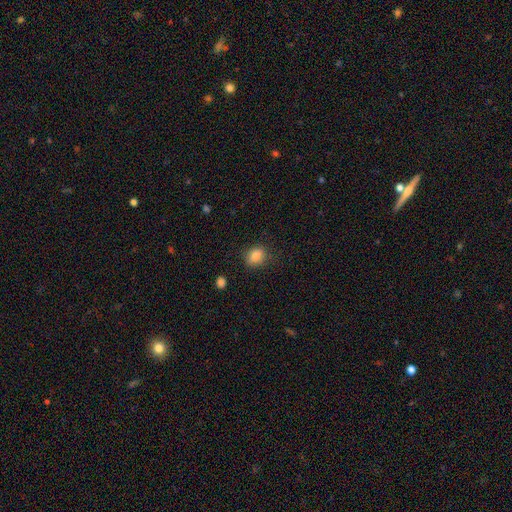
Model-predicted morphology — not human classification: smooth_or_featured: smooth (p=0.84) [alt: star or artifact p=0.10]
how_rounded: in between (p=0.51) [alt: round p=0.47]
merging: none (p=0.77) [alt: minor disturbance p=0.17]